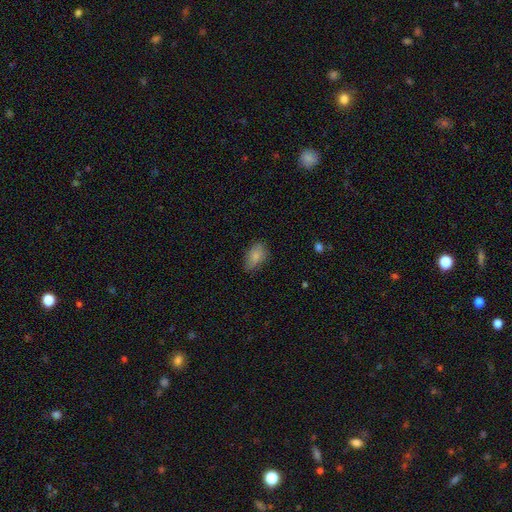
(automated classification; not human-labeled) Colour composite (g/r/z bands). It shows a smooth galaxy with no disk features (84%) that is in between round and cigar-shaped (90%). Merging: none (70%).